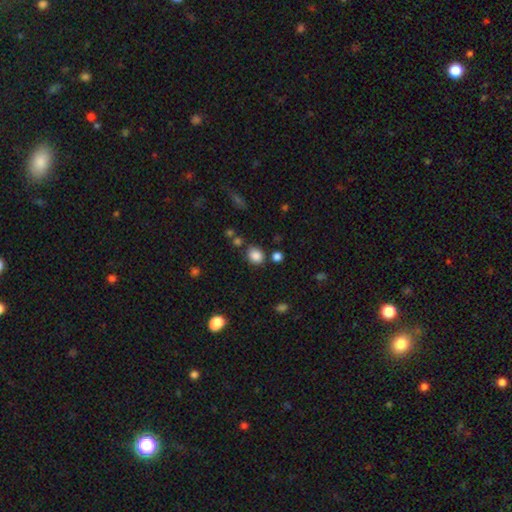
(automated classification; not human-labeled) Overall: smooth (85%). How rounded: round (64%; in between 35%). Merging: none (77%).